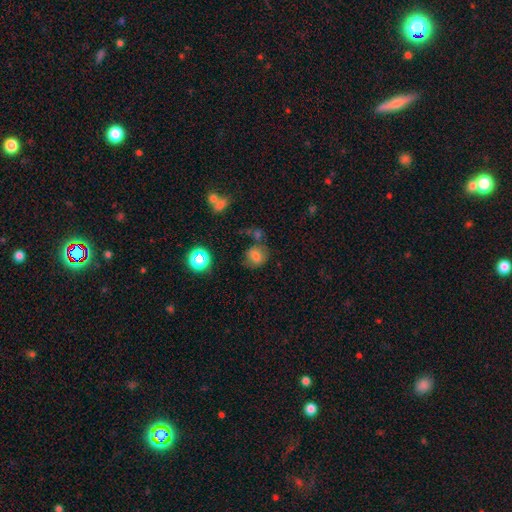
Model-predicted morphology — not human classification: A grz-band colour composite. It shows a smooth galaxy with no disk features (72%) that is round (67%). Merging: none (61%).